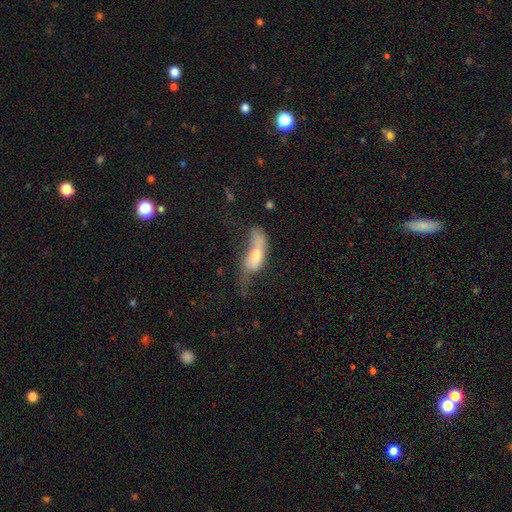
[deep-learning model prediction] Smooth or featured: smooth — 50% (featured or disk — 42%)
Merging: major disturbance — 41% (minor disturbance — 24%)